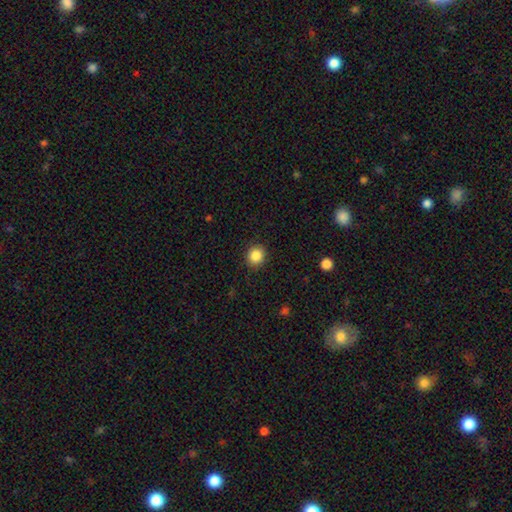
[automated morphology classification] A smooth galaxy with no disk features (86%) that is round (87%). Merging: none (90%).